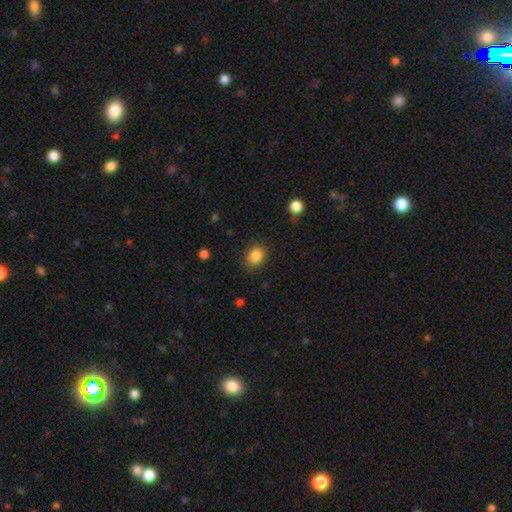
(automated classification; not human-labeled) smooth 85%, star or artifact 10%, featured or disk 5%. Down the decision tree: how rounded — round (60%); merging — none (84%).